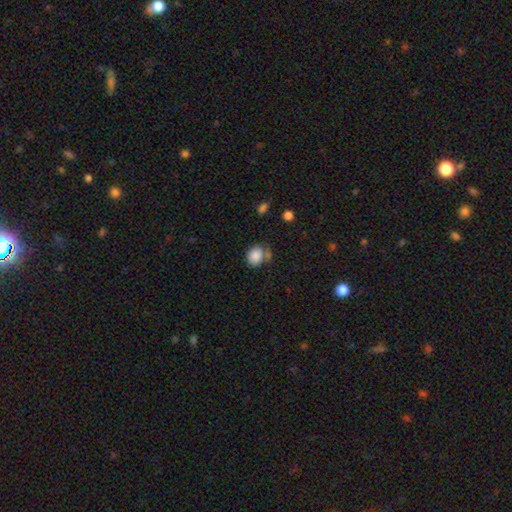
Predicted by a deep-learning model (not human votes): Smooth or featured? smooth (85%)
How rounded? round (62%)
Merging? none (56%)